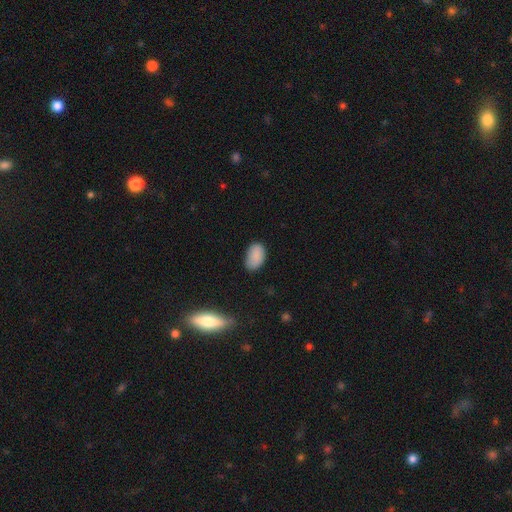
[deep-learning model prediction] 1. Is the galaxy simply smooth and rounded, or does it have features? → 87% smooth, 9% star or artifact, 5% featured or disk.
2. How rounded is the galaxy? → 91% in between, 7% round, 1% cigar-shaped.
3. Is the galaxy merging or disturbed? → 75% none, 20% minor disturbance, 4% major disturbance, 1% merger.